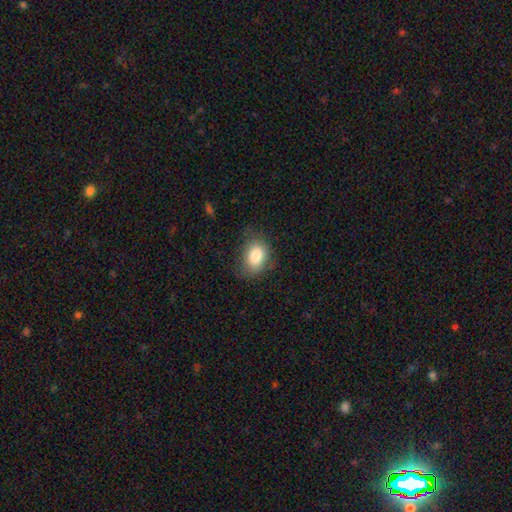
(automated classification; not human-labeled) smooth-or-featured: smooth: 83% | star or artifact: 9% | featured or disk: 8%
  how-rounded: in between: 75% | round: 23% | cigar-shaped: 1%
  merging: none: 71% | minor disturbance: 21% | major disturbance: 7% | merger: 1%